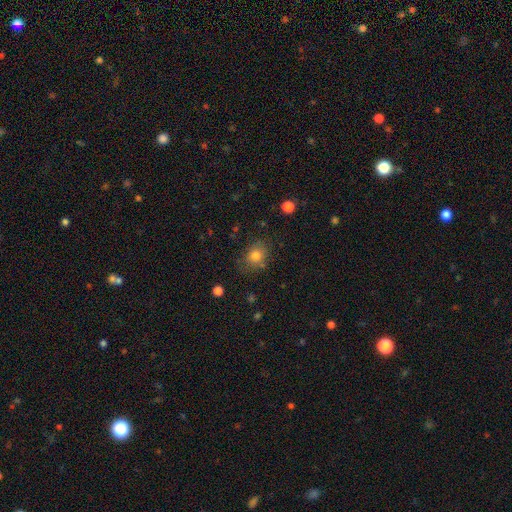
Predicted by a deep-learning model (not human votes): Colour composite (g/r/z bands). It shows a smooth galaxy with no disk features (80%) that is round (63%). Merging: none (76%).